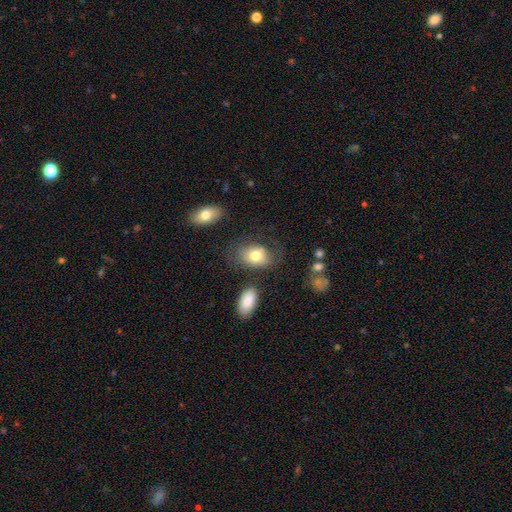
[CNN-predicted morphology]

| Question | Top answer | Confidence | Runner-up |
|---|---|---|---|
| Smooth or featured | smooth | 74% | featured or disk (18%) |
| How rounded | in between | 79% | round (20%) |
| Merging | none | 53% | minor disturbance (24%) |